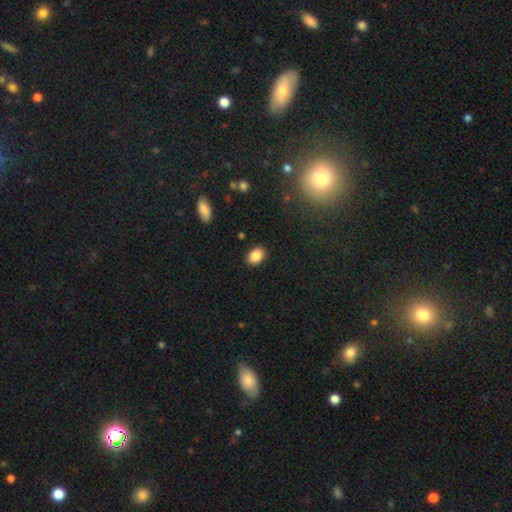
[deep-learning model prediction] Morphology: type=smooth (87%); roundness=in between (77%); merging=none (88%).